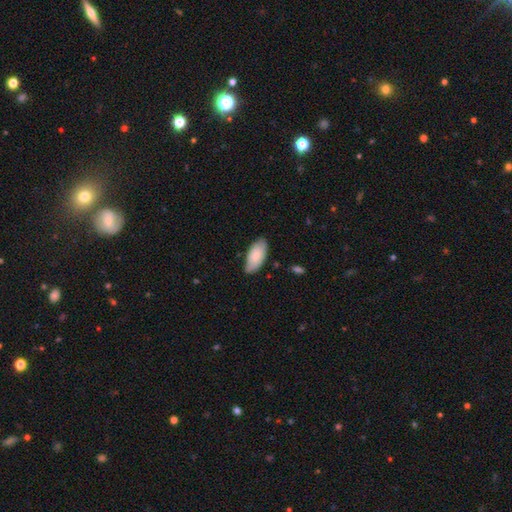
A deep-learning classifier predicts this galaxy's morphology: This appears to be a smooth galaxy with no disk features (82%) that is in between round and cigar-shaped (93%). Merging: none (75%).